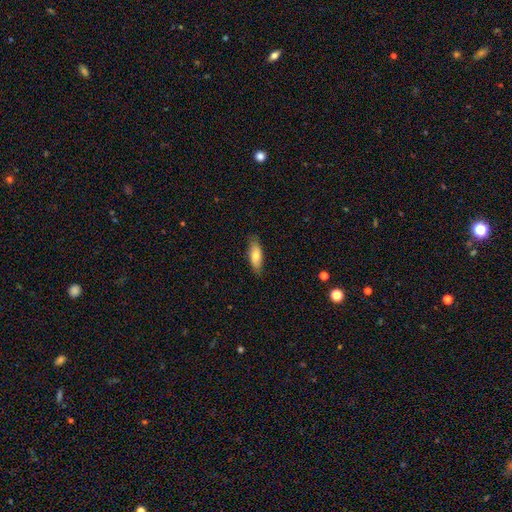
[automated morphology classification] smooth 73%, featured or disk 21%, star or artifact 6%. Down the decision tree: how rounded — in between (66%); merging — none (83%).